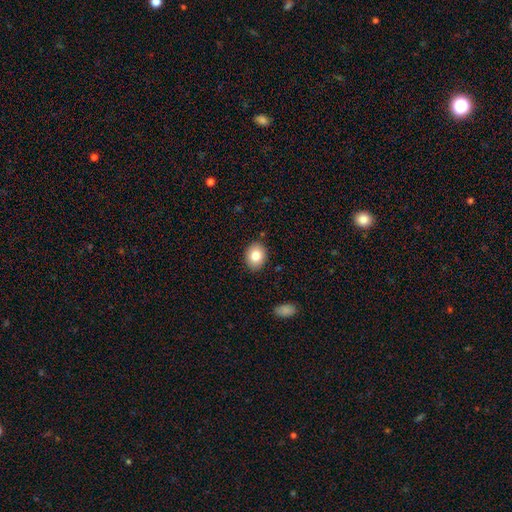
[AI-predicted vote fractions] Smooth or featured?
  - smooth: 83% *
  - featured or disk: 9%
  - star or artifact: 8%
How rounded?
  - in between: 60% *
  - round: 39%
  - cigar-shaped: 1%
Merging?
  - none: 88% *
  - minor disturbance: 9%
  - major disturbance: 2%
  - merger: 1%